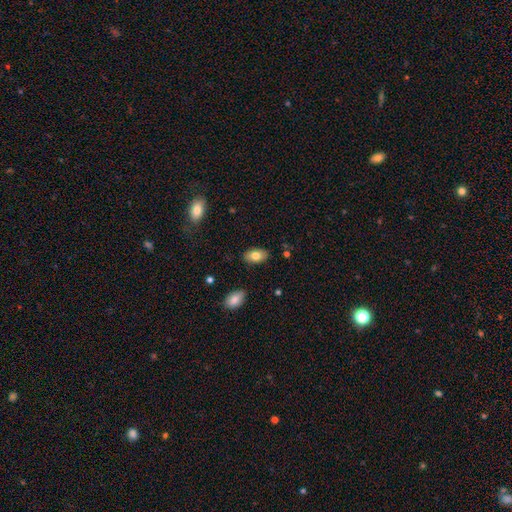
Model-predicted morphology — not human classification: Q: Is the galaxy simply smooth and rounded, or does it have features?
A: smooth — 79%.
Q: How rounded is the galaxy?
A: in between — 93%.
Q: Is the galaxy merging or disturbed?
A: none — 87%.